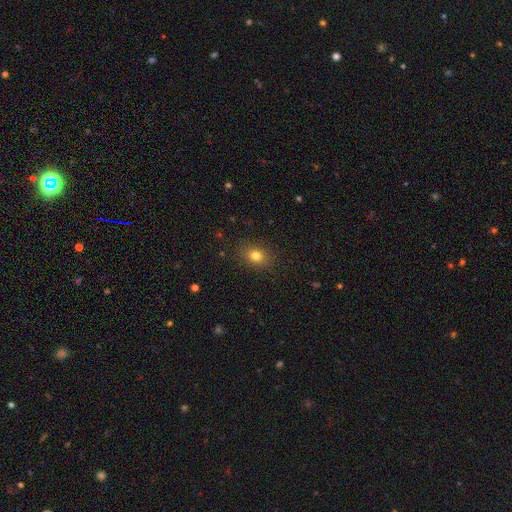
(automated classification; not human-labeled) Smooth or featured?
  - smooth: 79% *
  - star or artifact: 13%
  - featured or disk: 8%
How rounded?
  - in between: 51% *
  - round: 47%
  - cigar-shaped: 1%
Merging?
  - none: 87% *
  - minor disturbance: 9%
  - major disturbance: 3%
  - merger: 1%